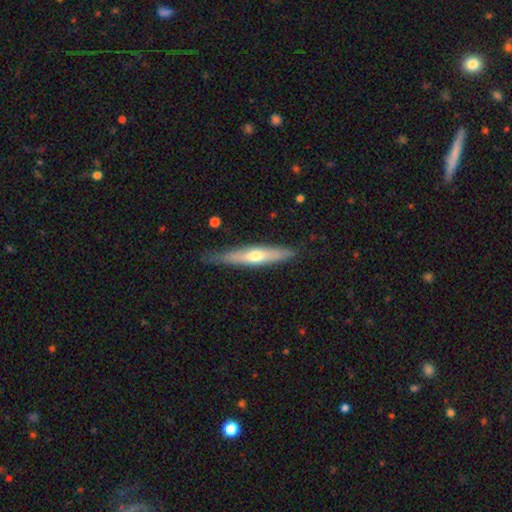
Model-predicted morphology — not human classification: Smooth or featured: featured or disk — 49% (smooth — 45%)
Merging: none — 79% (minor disturbance — 17%)